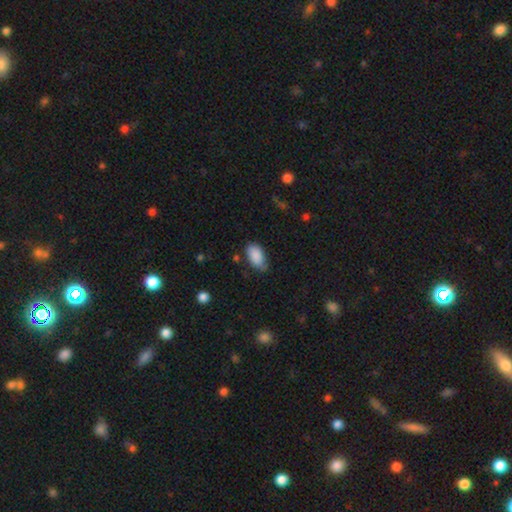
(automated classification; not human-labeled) A smooth galaxy with no disk features (88%) that is in between round and cigar-shaped (94%).

Vote fractions:
- Smooth or featured? smooth: 88% / star or artifact: 7% / featured or disk: 5%
- How rounded? in between: 94% / round: 3% / cigar-shaped: 3%
- Merging? none: 66% / minor disturbance: 27% / major disturbance: 5% / merger: 2%